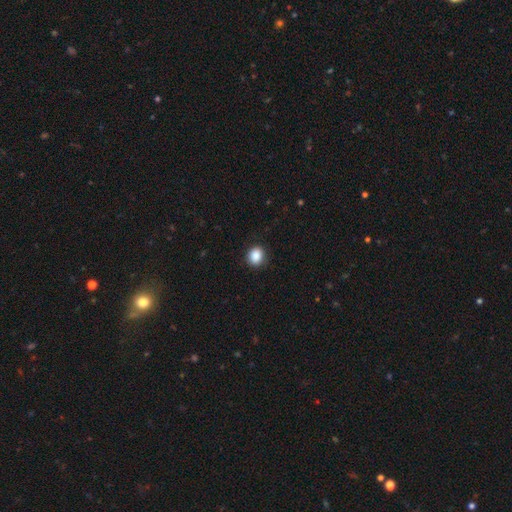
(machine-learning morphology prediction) type=smooth (88%); roundness=round (72%); merging=none (89%).